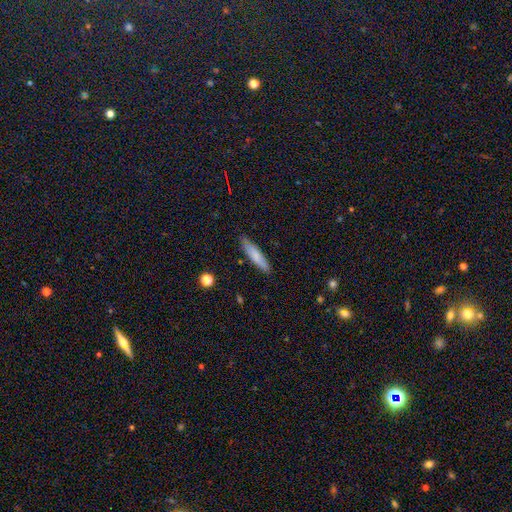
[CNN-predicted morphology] Smooth or featured? Predicted: smooth (p=0.78). How rounded? Predicted: cigar-shaped (p=0.80). Merging? Predicted: none (p=0.86).